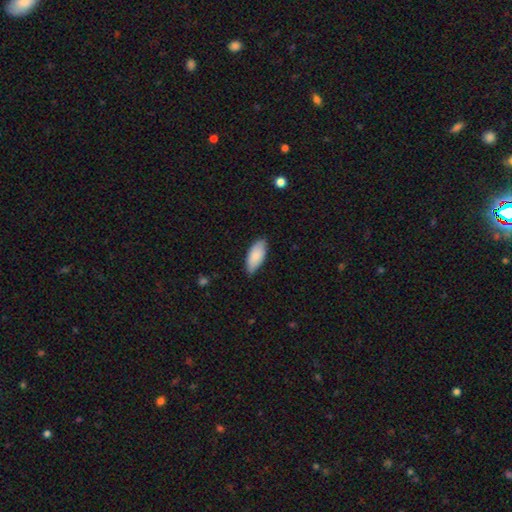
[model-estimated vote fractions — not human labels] smooth 86%, featured or disk 8%, star or artifact 6%. Down the decision tree: how rounded — in between (87%); merging — none (77%).